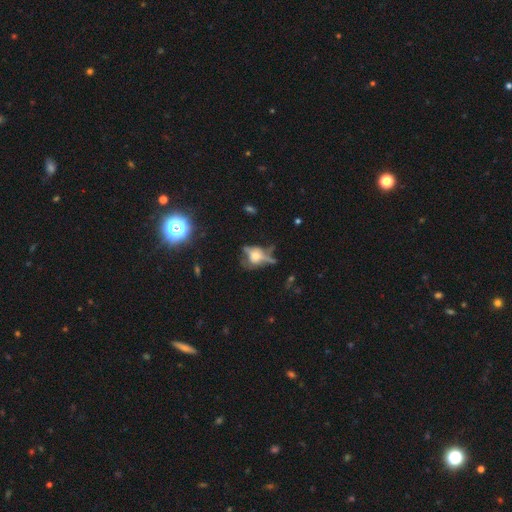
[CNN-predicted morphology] Smooth or featured? Predicted: featured or disk (p=0.48). Merging? Predicted: none (p=0.45).